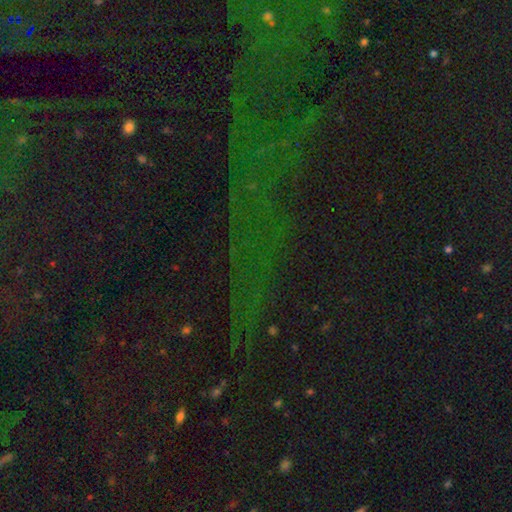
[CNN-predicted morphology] This is likely a star or artifact rather than a galaxy (79%).